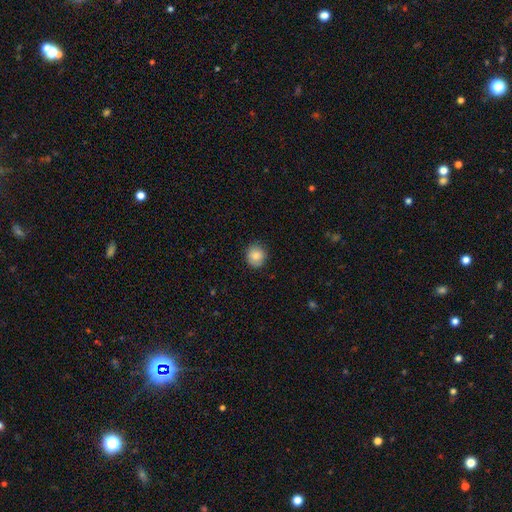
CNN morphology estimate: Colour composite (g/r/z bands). It shows a smooth galaxy with no disk features (86%) that is round (83%). Merging: none (87%).